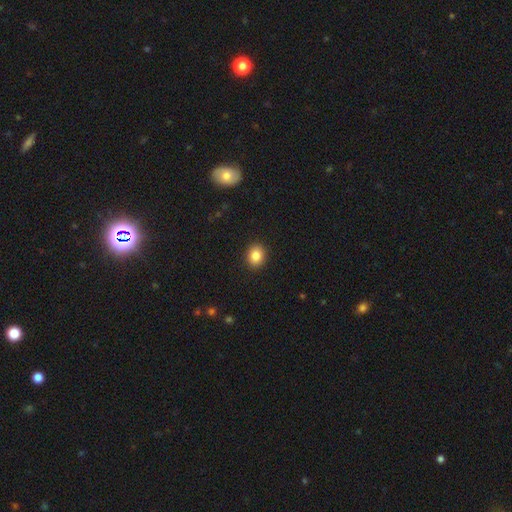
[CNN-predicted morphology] This is clearly a smooth galaxy (86%). How rounded: possibly round (57%). Merging: clearly none (91%).